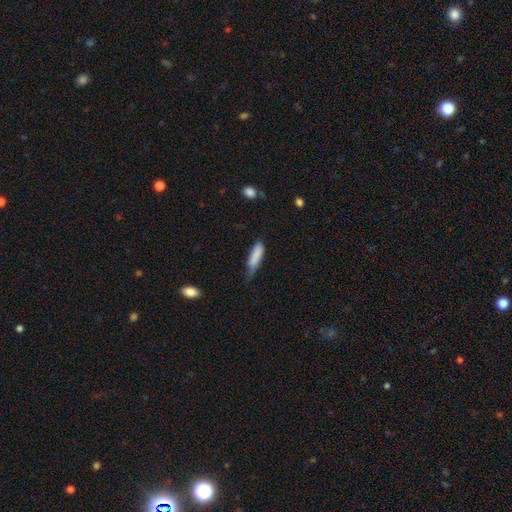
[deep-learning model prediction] Morphology: type=smooth (82%); roundness=cigar-shaped (57%); merging=minor disturbance (45%).